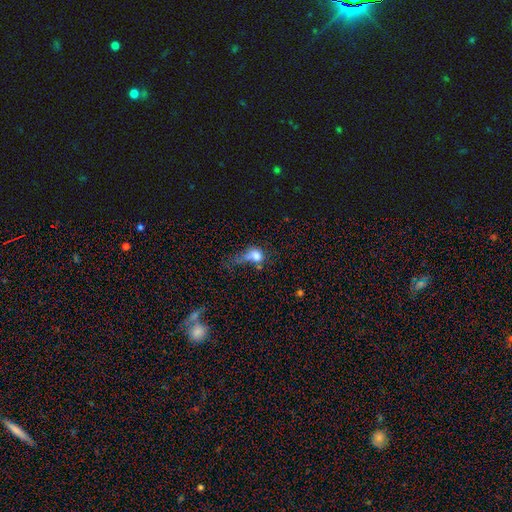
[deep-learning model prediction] Overall: smooth (70%). How rounded: round (50%; in between 46%). Merging: major disturbance (44%; none 19%).